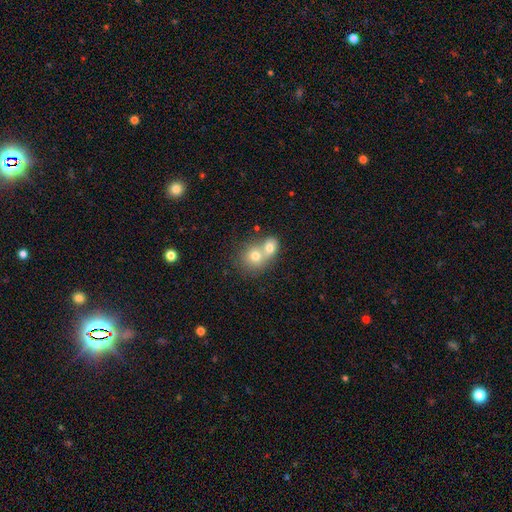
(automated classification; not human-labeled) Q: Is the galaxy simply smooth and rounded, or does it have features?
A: smooth — 68%.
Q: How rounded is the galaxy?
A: round — 71%.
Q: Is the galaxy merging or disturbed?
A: merger — 69%.